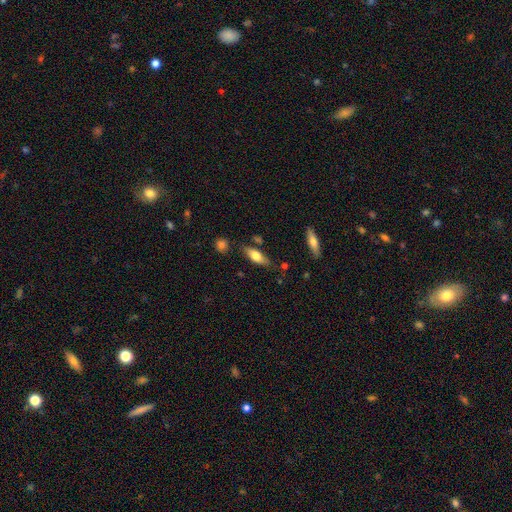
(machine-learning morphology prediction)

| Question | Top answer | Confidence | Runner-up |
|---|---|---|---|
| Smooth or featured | smooth | 67% | featured or disk (26%) |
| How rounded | in between | 65% | cigar-shaped (32%) |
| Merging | none | 76% | minor disturbance (16%) |